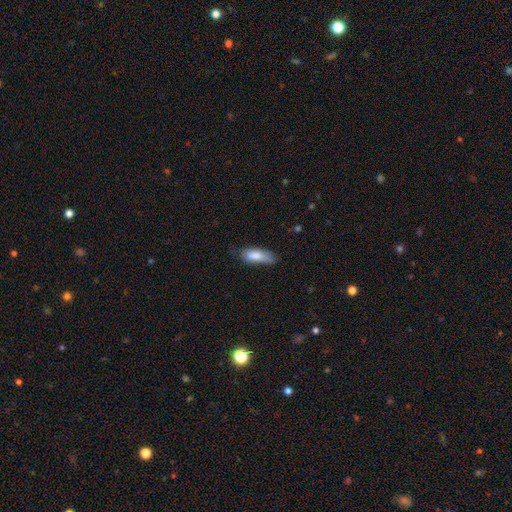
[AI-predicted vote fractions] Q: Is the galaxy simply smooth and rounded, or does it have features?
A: smooth — 81%.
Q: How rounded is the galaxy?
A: in between — 66%.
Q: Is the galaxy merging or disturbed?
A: none — 53%.